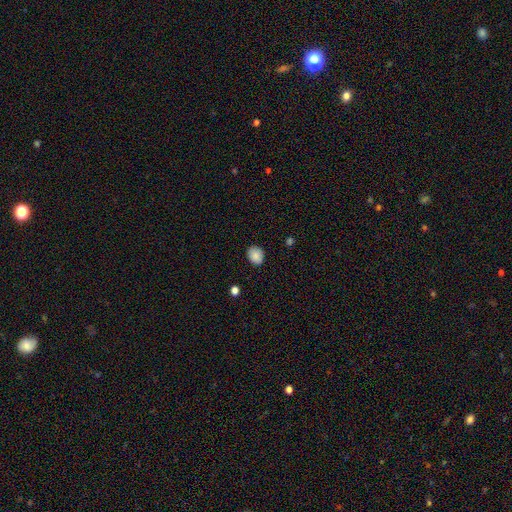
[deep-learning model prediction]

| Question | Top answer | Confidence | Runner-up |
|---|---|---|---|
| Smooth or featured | smooth | 87% | star or artifact (8%) |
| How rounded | round | 52% | in between (47%) |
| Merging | none | 85% | minor disturbance (12%) |